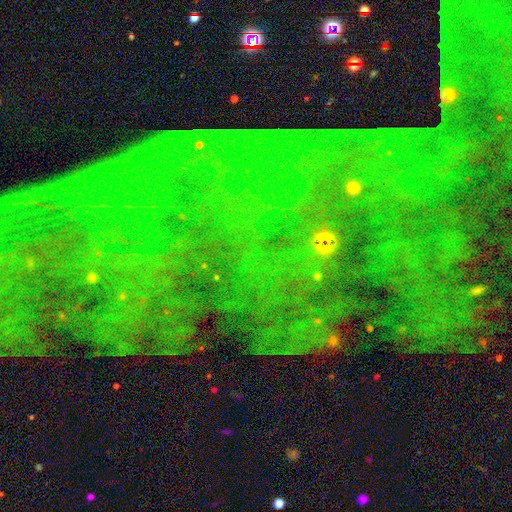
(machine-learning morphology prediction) A star or artifact, not a galaxy (82%).